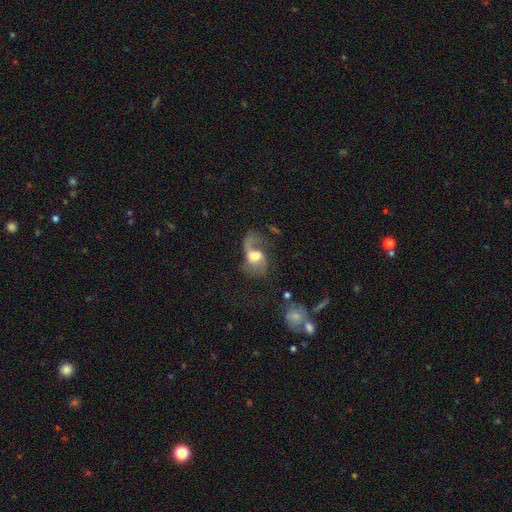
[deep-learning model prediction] Smooth or featured: featured or disk — 67% (smooth — 25%)
Edge-on disk: no — 96% (yes — 4%)
Bar: no — 48% (weak — 41%)
Spiral arms: yes — 85% (no — 15%)
Spiral winding: loose — 68% (medium — 26%)
Spiral arm count: 2 — 56% (1 — 36%)
Bulge size: moderate — 50% (large — 30%)
Merging: major disturbance — 41% (none — 34%)